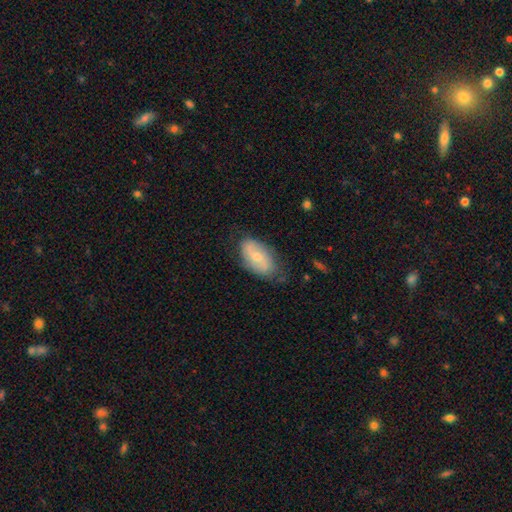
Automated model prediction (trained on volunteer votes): Smooth or featured?
  - featured or disk: 52% *
  - smooth: 40%
  - star or artifact: 7%
Edge-on disk?
  - no: 93% *
  - yes: 7%
Merging?
  - none: 72% *
  - minor disturbance: 22%
  - major disturbance: 5%
  - merger: 1%